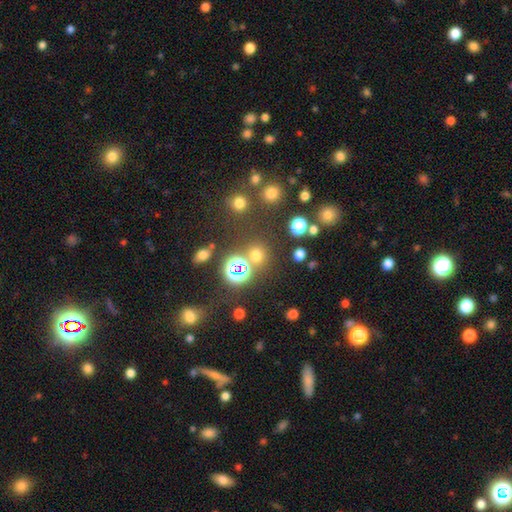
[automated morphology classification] smooth-or-featured: smooth: 60% | star or artifact: 33% | featured or disk: 7%
  how-rounded: round: 87% | in between: 12% | cigar-shaped: 1%
  merging: none: 74% | merger: 13% | minor disturbance: 9% | major disturbance: 5%